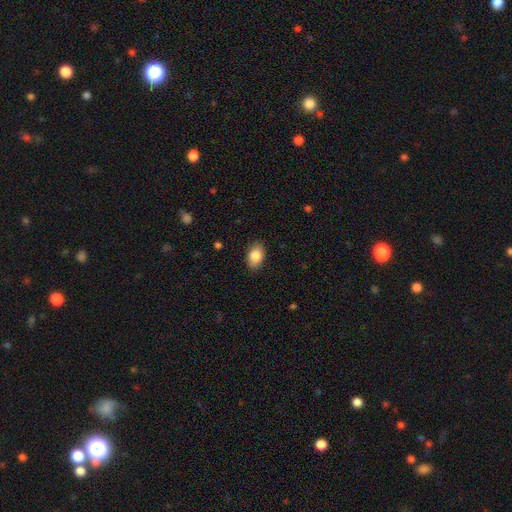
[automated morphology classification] smooth-or-featured: smooth: 85% | star or artifact: 7% | featured or disk: 7%
  how-rounded: in between: 85% | round: 14% | cigar-shaped: 1%
  merging: none: 86% | minor disturbance: 10% | major disturbance: 2% | merger: 1%